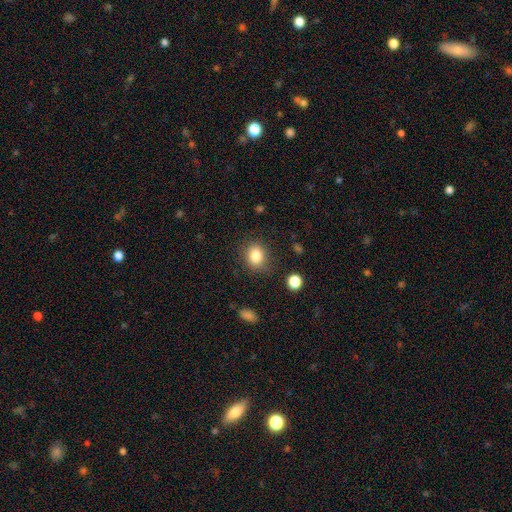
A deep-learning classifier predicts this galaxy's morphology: Overall: smooth (83%). How rounded: round (59%; in between 40%). Merging: none (83%).